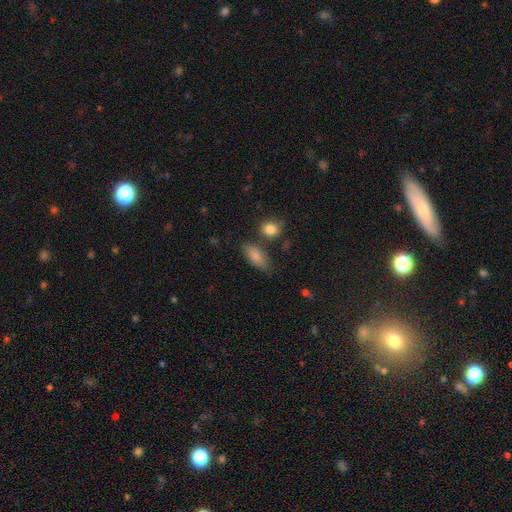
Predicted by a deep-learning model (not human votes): Smooth or featured?
  - smooth: 85% *
  - featured or disk: 8%
  - star or artifact: 7%
How rounded?
  - in between: 85% *
  - cigar-shaped: 11%
  - round: 4%
Merging?
  - none: 71% *
  - minor disturbance: 18%
  - merger: 7%
  - major disturbance: 5%